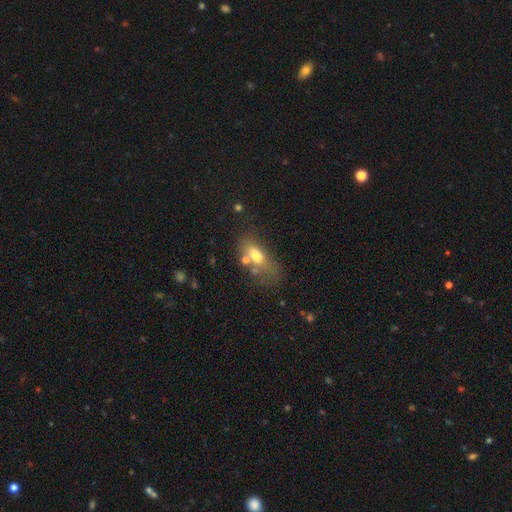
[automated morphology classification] Smooth or featured? Predicted: smooth (p=0.67). How rounded? Predicted: in between (p=0.81). Merging? Predicted: none (p=0.46).